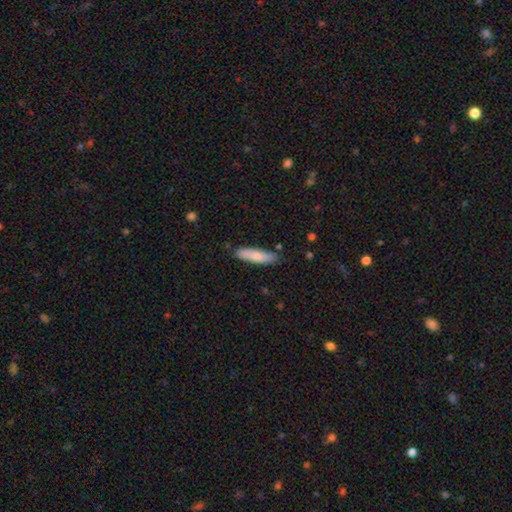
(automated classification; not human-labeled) This is likely a smooth galaxy (79%). How rounded: likely cigar-shaped (70%). Merging: clearly none (83%).